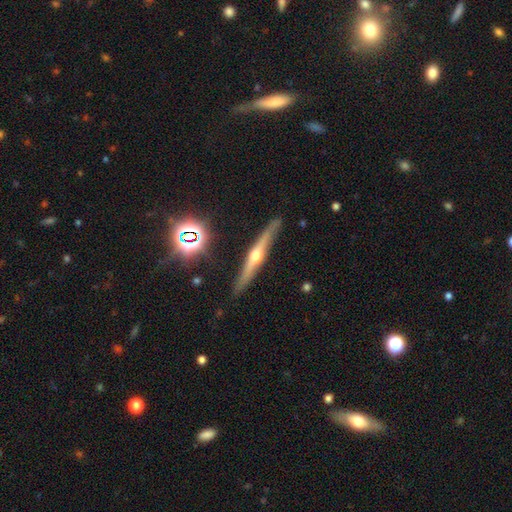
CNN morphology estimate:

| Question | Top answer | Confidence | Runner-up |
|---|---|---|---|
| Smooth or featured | featured or disk | 74% | smooth (19%) |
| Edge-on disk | yes | 97% | no (3%) |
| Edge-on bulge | rounded | 92% | none (5%) |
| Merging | none | 88% | minor disturbance (8%) |